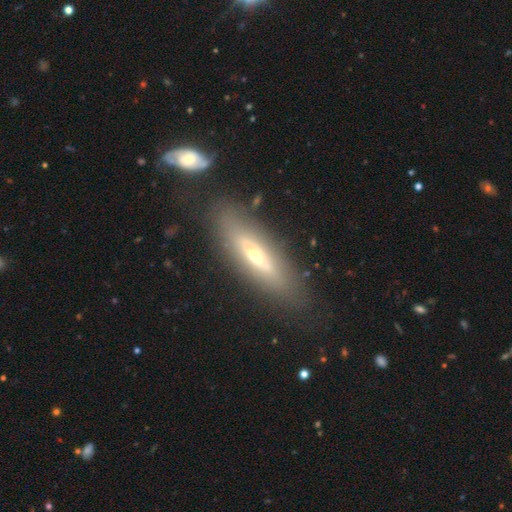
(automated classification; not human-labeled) A featured or disk galaxy (54%) viewed edge-on (68%). Merging: none (78%).